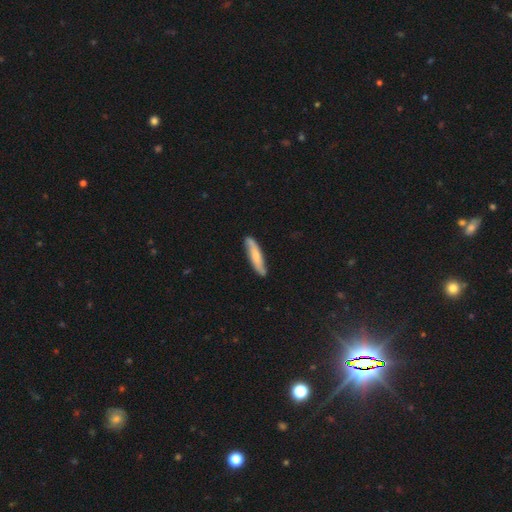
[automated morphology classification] Smooth or featured?
  - smooth: 53% *
  - featured or disk: 41%
  - star or artifact: 5%
How rounded?
  - cigar-shaped: 80% *
  - in between: 18%
  - round: 2%
Merging?
  - none: 82% *
  - minor disturbance: 14%
  - major disturbance: 2%
  - merger: 2%